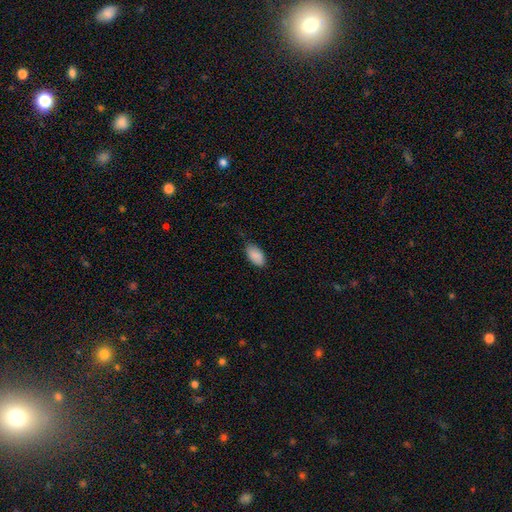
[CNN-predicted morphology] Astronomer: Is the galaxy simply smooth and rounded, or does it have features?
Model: smooth — 90%.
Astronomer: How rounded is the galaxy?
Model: in between — 94%.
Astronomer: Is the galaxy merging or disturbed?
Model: none — 77%.